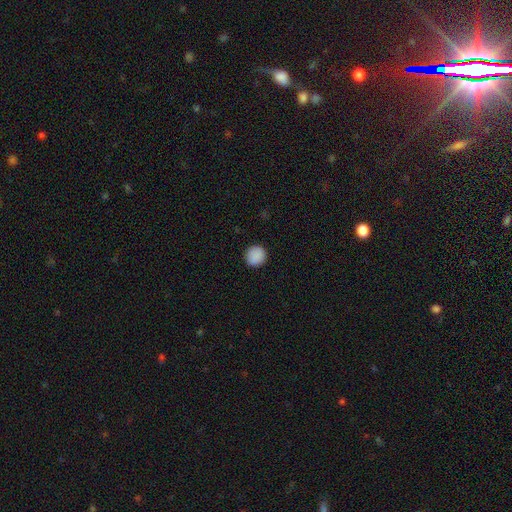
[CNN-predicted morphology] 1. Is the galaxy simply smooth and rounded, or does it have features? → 89% smooth, 8% star or artifact, 3% featured or disk.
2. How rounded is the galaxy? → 93% round, 6% in between, 1% cigar-shaped.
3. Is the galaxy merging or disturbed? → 91% none, 6% minor disturbance, 2% major disturbance, 1% merger.